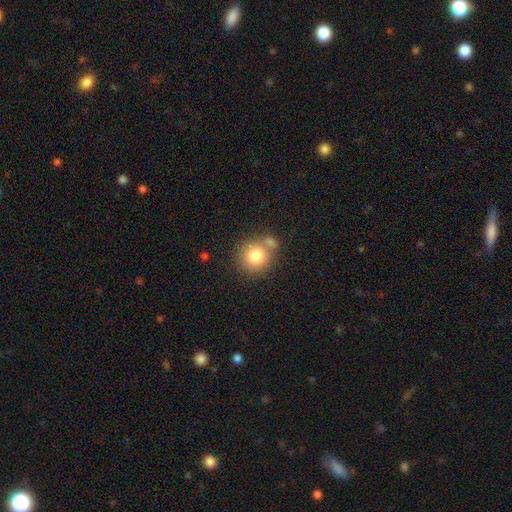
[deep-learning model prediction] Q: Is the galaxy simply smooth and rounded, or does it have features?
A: smooth — 81%.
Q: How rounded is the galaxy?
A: round — 90%.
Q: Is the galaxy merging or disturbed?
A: none — 60%.